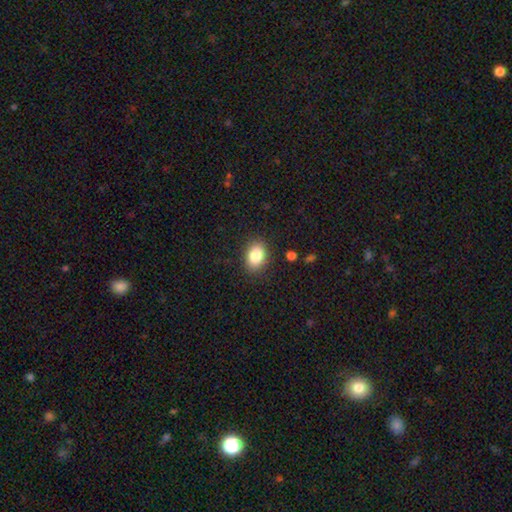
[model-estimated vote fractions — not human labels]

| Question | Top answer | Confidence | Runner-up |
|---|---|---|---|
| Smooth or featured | smooth | 85% | star or artifact (8%) |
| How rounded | in between | 71% | round (28%) |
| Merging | none | 85% | minor disturbance (10%) |